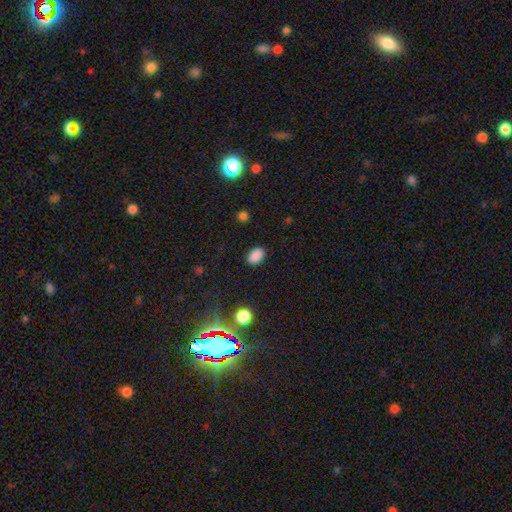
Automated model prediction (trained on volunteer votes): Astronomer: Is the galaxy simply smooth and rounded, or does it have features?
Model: smooth — 86%.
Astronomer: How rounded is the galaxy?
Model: in between — 83%.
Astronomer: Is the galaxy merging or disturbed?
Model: none — 88%.